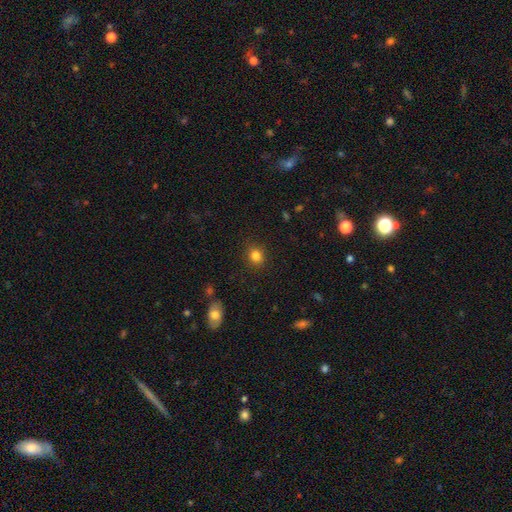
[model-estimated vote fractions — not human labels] A smooth galaxy with no disk features (83%) that is round (76%). Merging: none (88%).